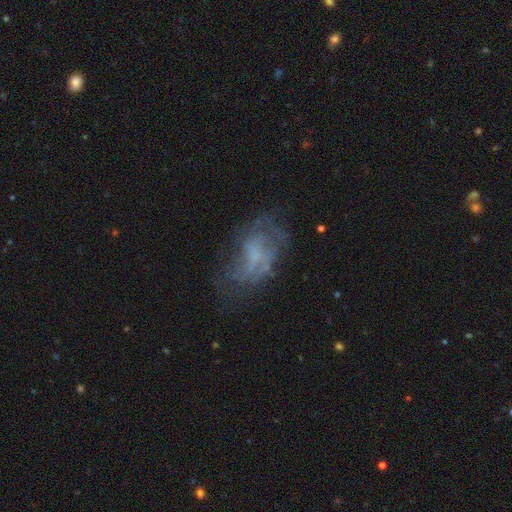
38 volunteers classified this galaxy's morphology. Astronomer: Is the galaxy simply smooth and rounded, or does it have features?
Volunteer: smooth — 47% (runner-up: featured or disk, 39%).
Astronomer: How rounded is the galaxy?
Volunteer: in between — 78%.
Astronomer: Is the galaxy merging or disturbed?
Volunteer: none — 39% (runner-up: major disturbance, 30%).